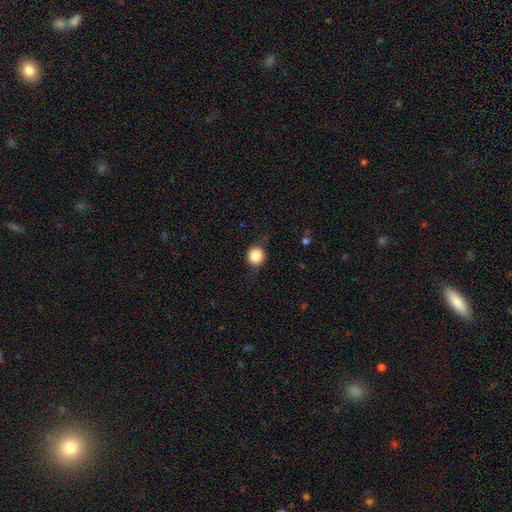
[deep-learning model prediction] smooth_or_featured: smooth (p=0.85) [alt: star or artifact p=0.10]
how_rounded: round (p=0.89) [alt: in between p=0.10]
merging: none (p=0.78) [alt: minor disturbance p=0.16]